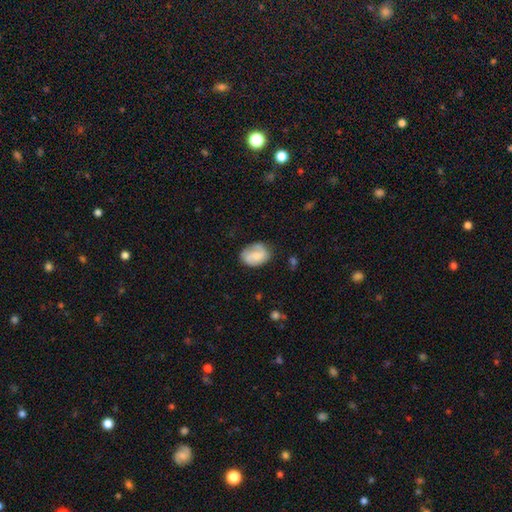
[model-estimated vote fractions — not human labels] Q: Smooth or featured?
A: smooth (60%); runner-up: featured or disk (33%)
Q: How rounded?
A: in between (71%); runner-up: round (28%)
Q: Merging?
A: none (62%); runner-up: minor disturbance (26%)